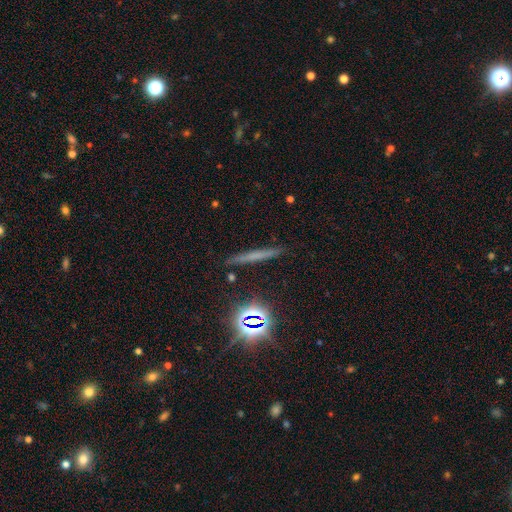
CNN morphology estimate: smooth 48%, featured or disk 31%, star or artifact 20%. Down the decision tree: merging — none (88%).